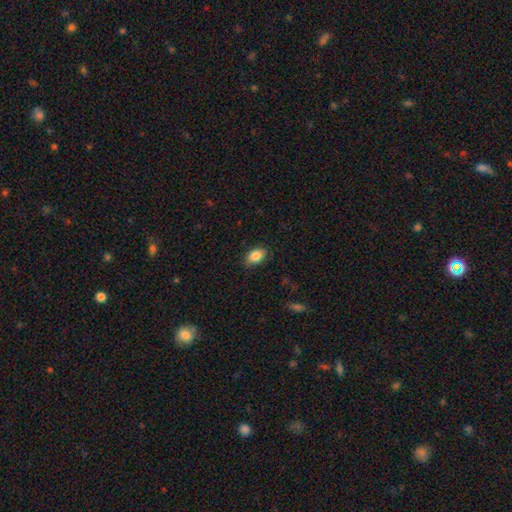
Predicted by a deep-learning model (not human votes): This appears to be a smooth galaxy with no disk features (85%) that is in between round and cigar-shaped (84%). Merging: none (81%).